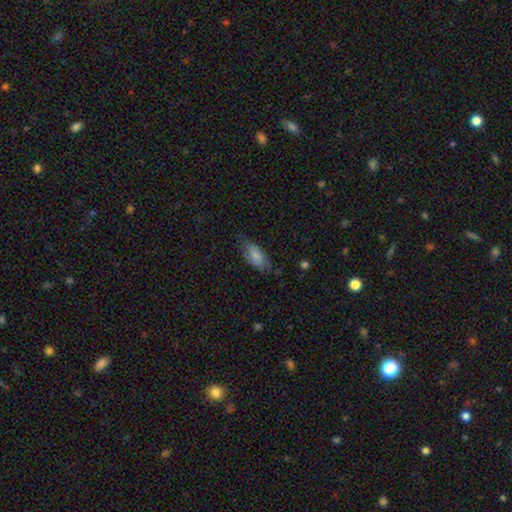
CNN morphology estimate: The model was most divided on "merging": none: 59%, minor disturbance: 30%, major disturbance: 10%, merger: 2%. More confident: how rounded — in between (89%); smooth or featured — smooth (70%).